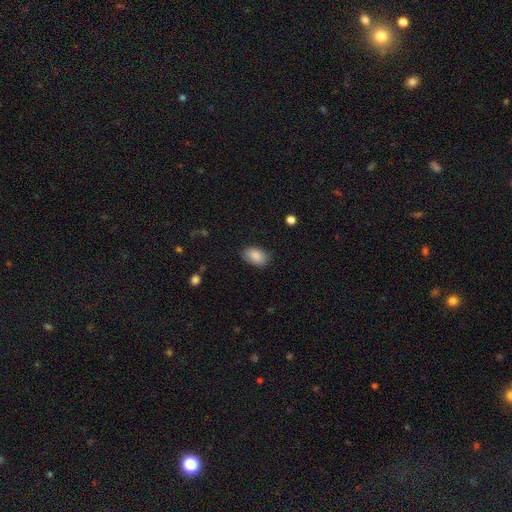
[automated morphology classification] type=smooth (87%); roundness=in between (91%); merging=none (82%).